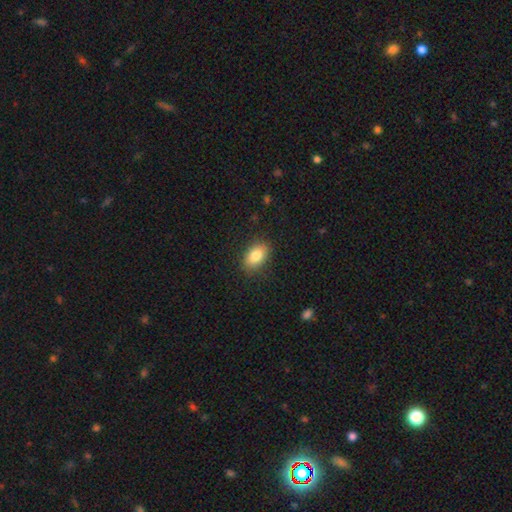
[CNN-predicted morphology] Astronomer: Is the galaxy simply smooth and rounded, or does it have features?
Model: smooth — 83%.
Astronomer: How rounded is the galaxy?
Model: in between — 87%.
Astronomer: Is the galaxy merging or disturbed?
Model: none — 85%.